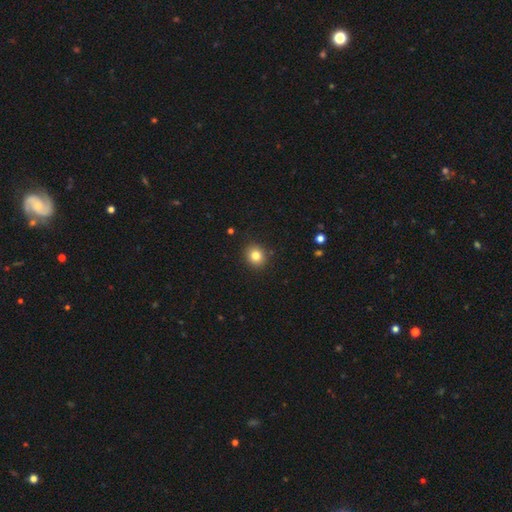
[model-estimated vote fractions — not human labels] Smooth or featured? smooth (82%)
How rounded? round (83%)
Merging? none (90%)